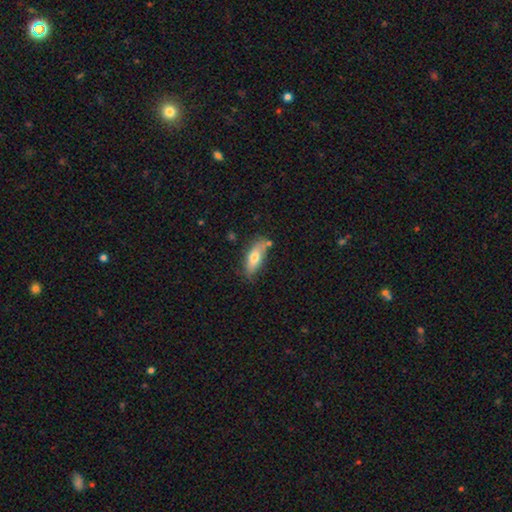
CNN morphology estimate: Smooth or featured?
  - smooth: 65% *
  - featured or disk: 28%
  - star or artifact: 7%
How rounded?
  - in between: 63% *
  - cigar-shaped: 34%
  - round: 3%
Merging?
  - none: 71% *
  - minor disturbance: 20%
  - merger: 5%
  - major disturbance: 4%